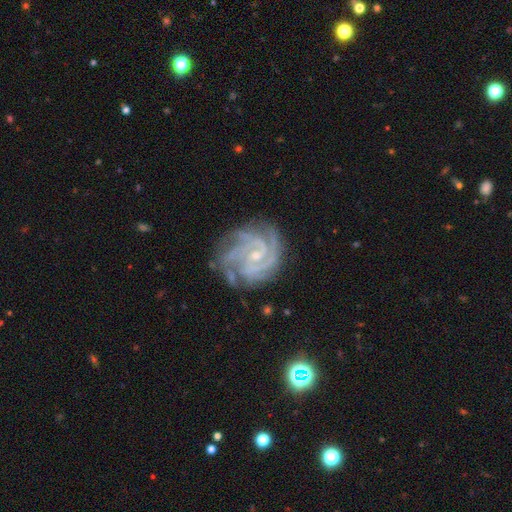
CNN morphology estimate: type=featured or disk (91%); edge-on=no (98%); bar=no (54%); spiral arms=yes (98%); winding=tight (69%); arm count=3 (36%); bulge=small (73%); merging=none (72%).